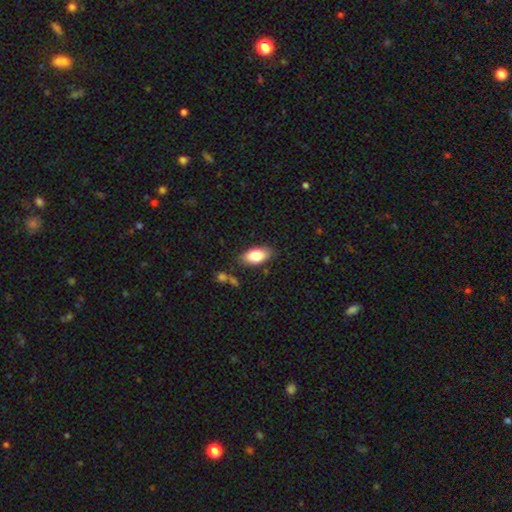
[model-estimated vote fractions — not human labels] Smooth or featured?
  - smooth: 82% *
  - featured or disk: 11%
  - star or artifact: 7%
How rounded?
  - in between: 91% *
  - cigar-shaped: 6%
  - round: 3%
Merging?
  - none: 83% *
  - minor disturbance: 11%
  - major disturbance: 3%
  - merger: 2%